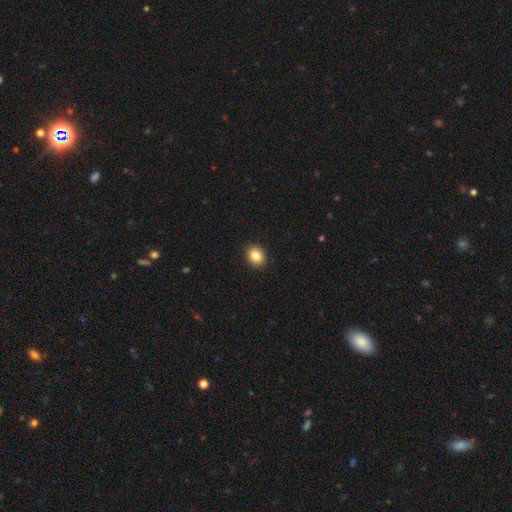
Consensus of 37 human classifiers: Q: Smooth or featured?
A: smooth (89%); runner-up: star or artifact (8%)
Q: How rounded?
A: round (58%); runner-up: in between (42%)
Q: Merging?
A: none (88%); runner-up: minor disturbance (6%)